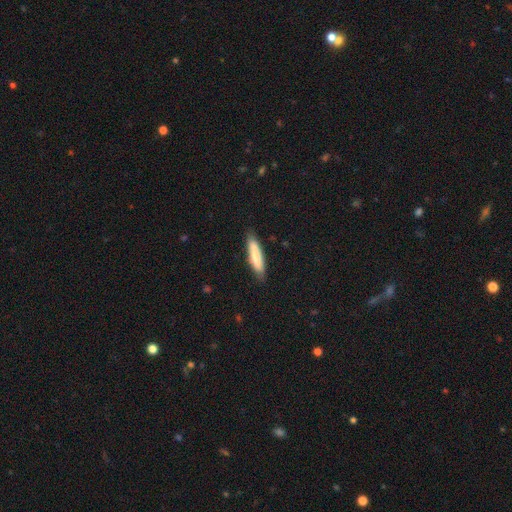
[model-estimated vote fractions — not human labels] A smooth galaxy with no disk features (80%) that is cigar-shaped (80%). Merging: none (83%).